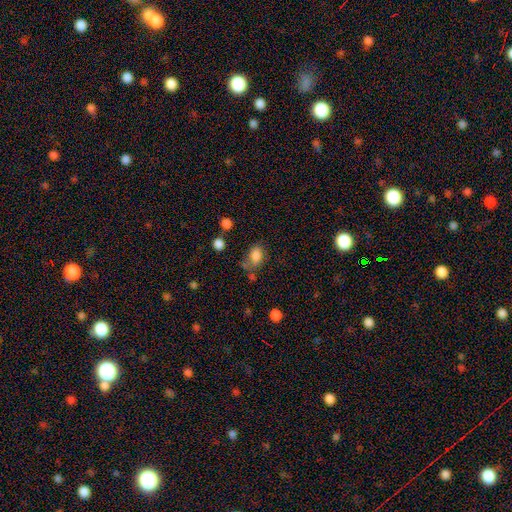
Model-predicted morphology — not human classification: Smooth or featured? Predicted: smooth (p=0.82). How rounded? Predicted: in between (p=0.82). Merging? Predicted: none (p=0.55).